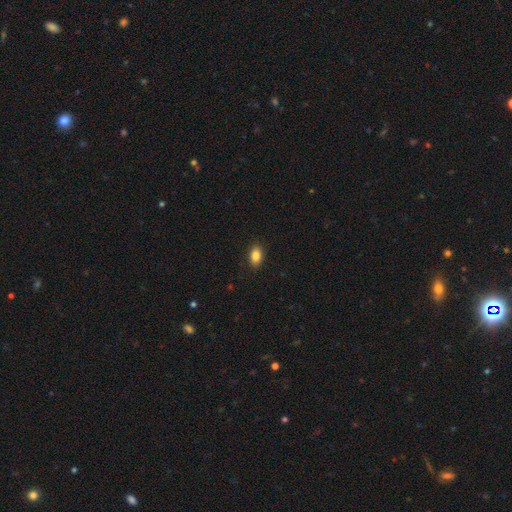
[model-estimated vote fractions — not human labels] Smooth or featured? smooth (87%)
How rounded? in between (90%)
Merging? none (89%)